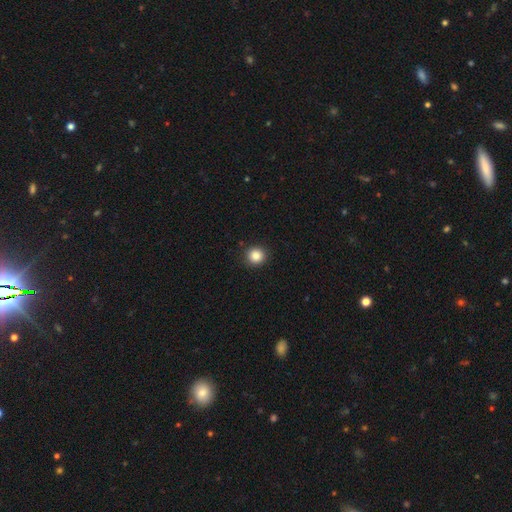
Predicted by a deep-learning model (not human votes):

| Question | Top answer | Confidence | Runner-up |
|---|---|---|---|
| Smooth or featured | smooth | 86% | star or artifact (10%) |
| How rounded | round | 92% | in between (7%) |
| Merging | none | 91% | minor disturbance (6%) |